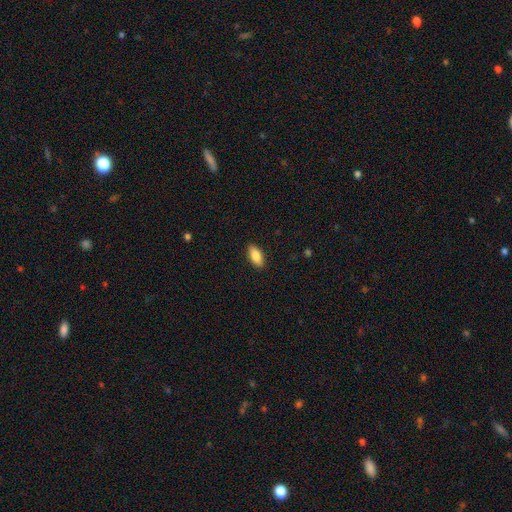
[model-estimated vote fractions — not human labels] Smooth or featured?
  - smooth: 86% *
  - featured or disk: 8%
  - star or artifact: 6%
How rounded?
  - in between: 85% *
  - cigar-shaped: 13%
  - round: 2%
Merging?
  - none: 89% *
  - minor disturbance: 8%
  - major disturbance: 2%
  - merger: 1%